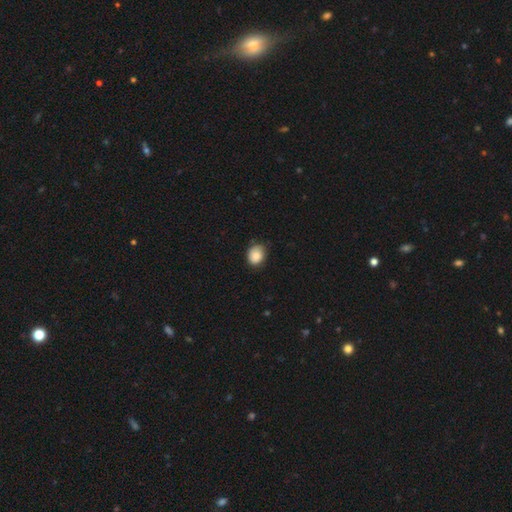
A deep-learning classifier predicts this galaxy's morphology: A smooth galaxy with no disk features (87%) that is round (57%).

Vote fractions:
- Smooth or featured? smooth: 87% / star or artifact: 8% / featured or disk: 5%
- How rounded? round: 57% / in between: 42% / cigar-shaped: 1%
- Merging? none: 68% / minor disturbance: 27% / major disturbance: 4% / merger: 1%